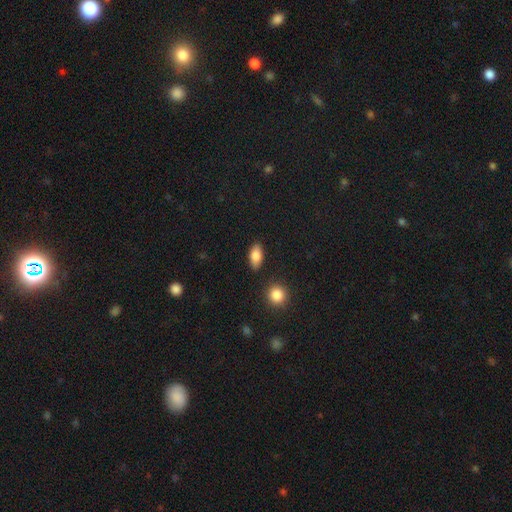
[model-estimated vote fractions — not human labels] A smooth galaxy with no disk features (84%) that is in between round and cigar-shaped (88%). Merging: none (85%).